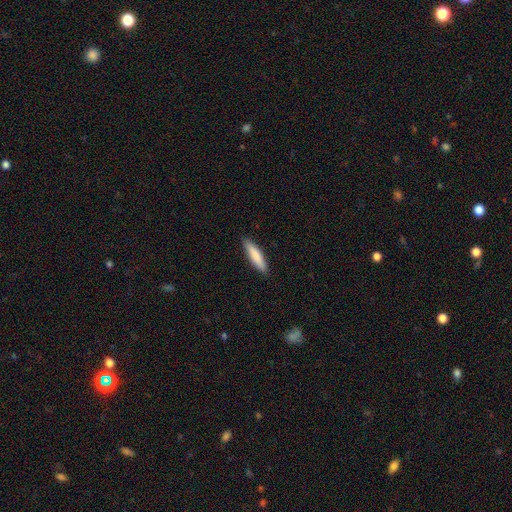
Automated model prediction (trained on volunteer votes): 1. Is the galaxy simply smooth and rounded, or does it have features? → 83% smooth, 12% featured or disk, 5% star or artifact.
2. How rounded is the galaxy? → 80% cigar-shaped, 19% in between, 1% round.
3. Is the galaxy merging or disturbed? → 90% none, 8% minor disturbance, 2% major disturbance, 1% merger.